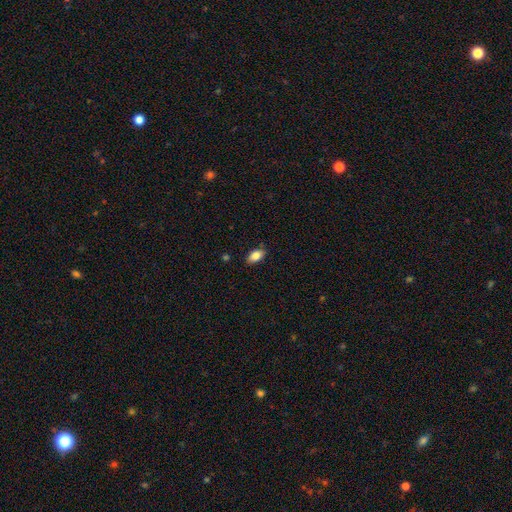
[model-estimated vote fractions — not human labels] Smooth or featured?
  - smooth: 82% *
  - featured or disk: 11%
  - star or artifact: 8%
How rounded?
  - in between: 90% *
  - cigar-shaped: 5%
  - round: 5%
Merging?
  - none: 84% *
  - minor disturbance: 12%
  - major disturbance: 2%
  - merger: 1%